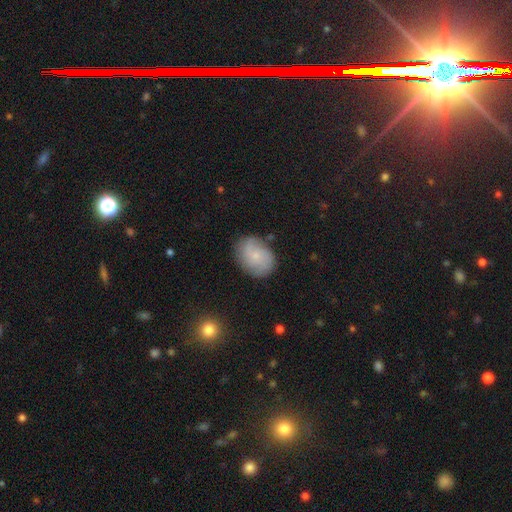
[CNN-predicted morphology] type=featured or disk (48%); merging=none (75%).